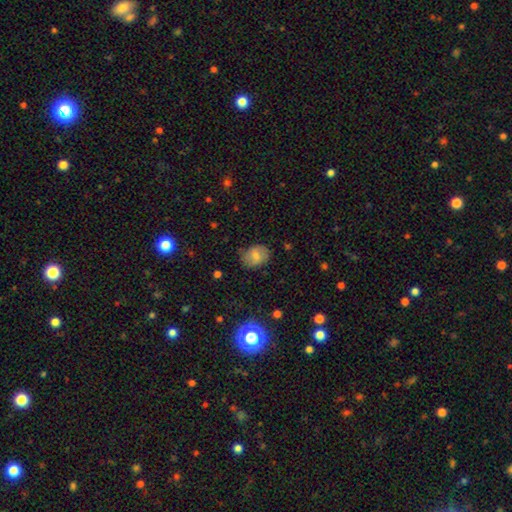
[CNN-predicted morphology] A smooth galaxy with no disk features (70%) that is in between round and cigar-shaped (55%).

Vote fractions:
- Smooth or featured? smooth: 70% / featured or disk: 20% / star or artifact: 10%
- How rounded? in between: 55% / round: 44% / cigar-shaped: 1%
- Merging? none: 77% / minor disturbance: 18% / major disturbance: 5% / merger: 1%